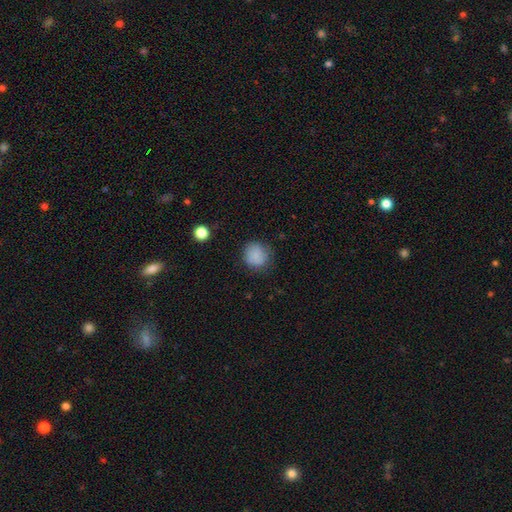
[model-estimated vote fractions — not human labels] A smooth galaxy with no disk features (85%) that is round (86%).

Vote fractions:
- Smooth or featured? smooth: 85% / star or artifact: 10% / featured or disk: 6%
- How rounded? round: 86% / in between: 13% / cigar-shaped: 1%
- Merging? none: 80% / minor disturbance: 15% / major disturbance: 5% / merger: 1%